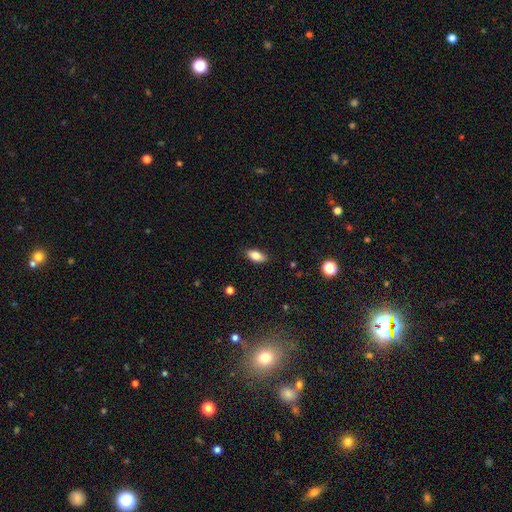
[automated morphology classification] Smooth or featured? smooth (83%)
How rounded? in between (89%)
Merging? none (87%)